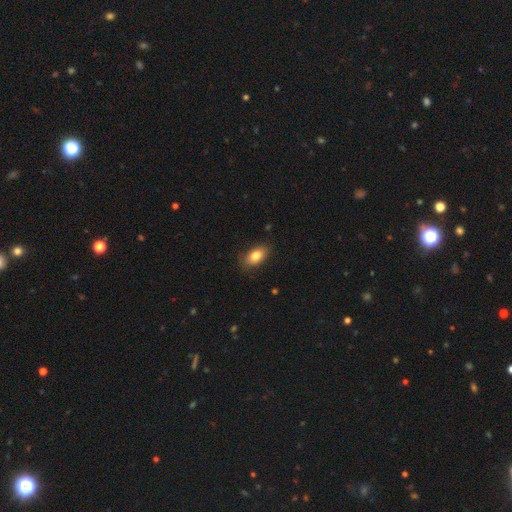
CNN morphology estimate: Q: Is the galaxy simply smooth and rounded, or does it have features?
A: smooth — 82%.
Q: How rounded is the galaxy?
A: in between — 89%.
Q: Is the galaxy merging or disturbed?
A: none — 81%.